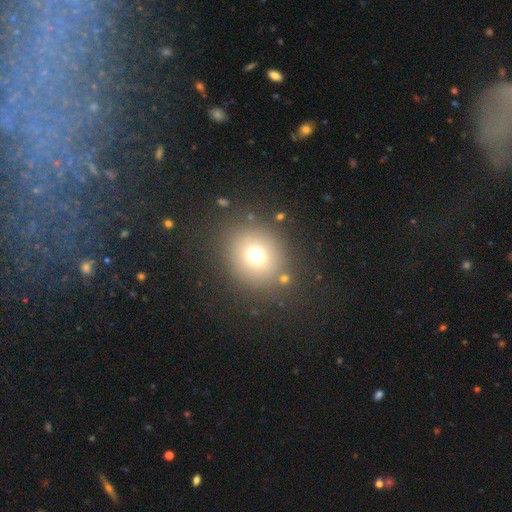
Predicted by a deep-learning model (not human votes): Smooth or featured: smooth — 70% (star or artifact — 19%)
How rounded: round — 82% (in between — 17%)
Merging: none — 84% (minor disturbance — 8%)